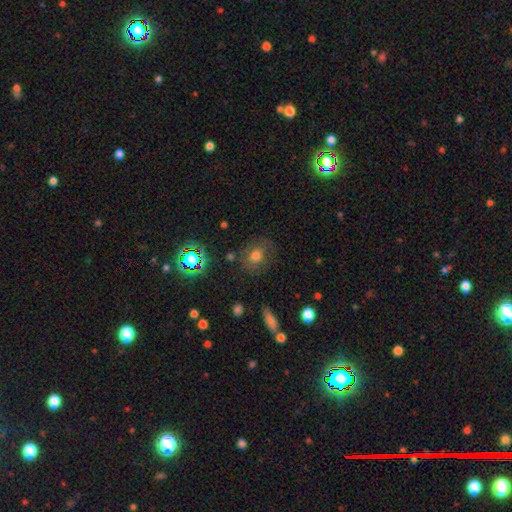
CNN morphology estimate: The model was most divided on "how rounded": round: 66%, in between: 32%, cigar-shaped: 1%. More confident: merging — none (71%); smooth or featured — smooth (62%).